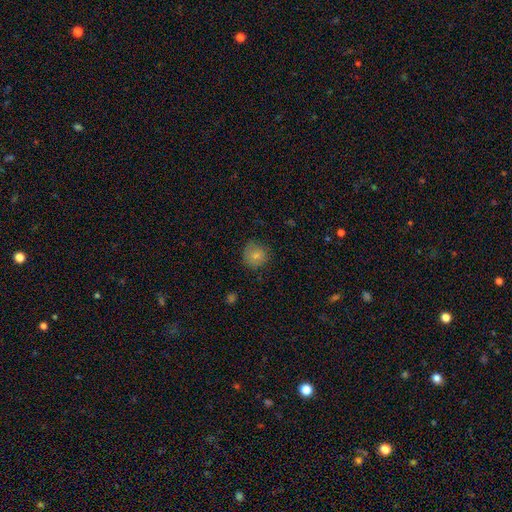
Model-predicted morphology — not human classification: A smooth galaxy with no disk features (82%) that is round (87%). Merging: none (77%).